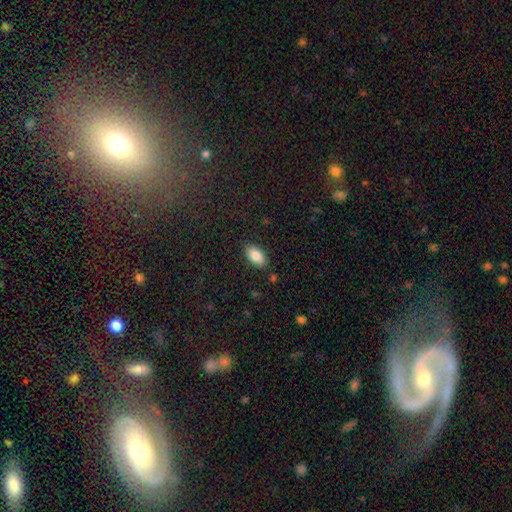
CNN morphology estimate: The model was most divided on "merging": none: 86%, minor disturbance: 10%, major disturbance: 2%, merger: 2%. More confident: how rounded — in between (94%); smooth or featured — smooth (85%).